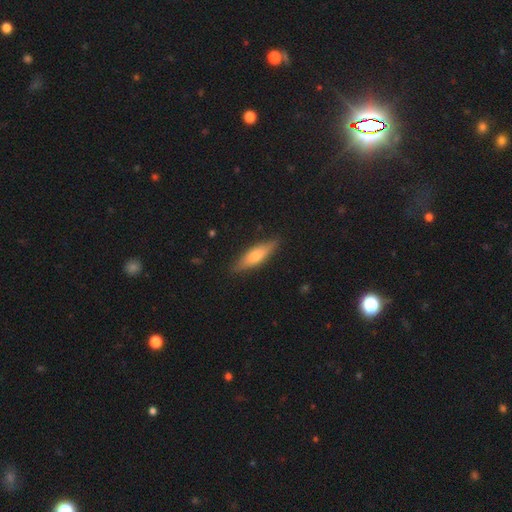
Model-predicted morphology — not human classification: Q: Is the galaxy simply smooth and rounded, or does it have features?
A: smooth — 59%.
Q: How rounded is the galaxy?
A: cigar-shaped — 63%.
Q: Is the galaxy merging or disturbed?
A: none — 85%.